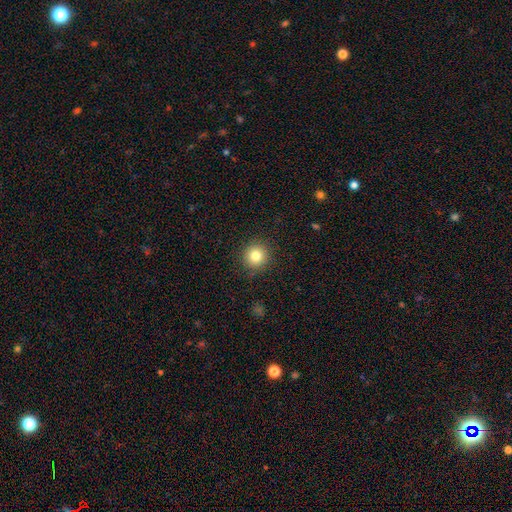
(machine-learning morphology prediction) Smooth or featured? Predicted: smooth (p=0.81). How rounded? Predicted: round (p=0.94). Merging? Predicted: none (p=0.90).